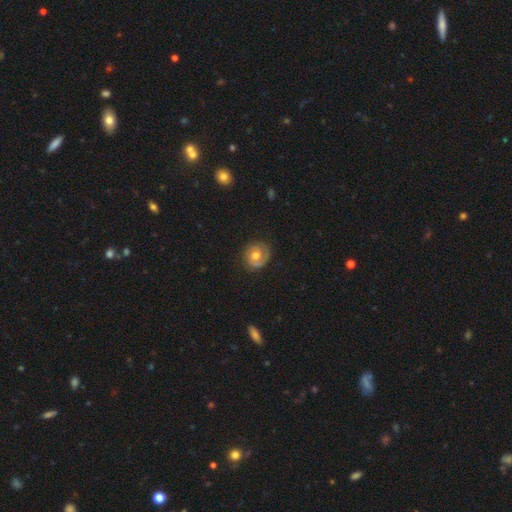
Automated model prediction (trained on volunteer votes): A featured or disk galaxy (59%) with no bar (75%), spiral arms (80%) and a moderate central bulge (74%).

Vote fractions:
- Smooth or featured? featured or disk: 59% / smooth: 34% / star or artifact: 7%
- Edge-on disk? no: 97% / yes: 3%
- Bar? no: 75% / weak: 22% / strong: 4%
- Spiral arms? yes: 80% / no: 20%
- Bulge size? moderate: 74% / small: 13% / large: 10% / none: 1% / dominant: 1%
- Merging? none: 77% / minor disturbance: 16% / major disturbance: 6% / merger: 1%